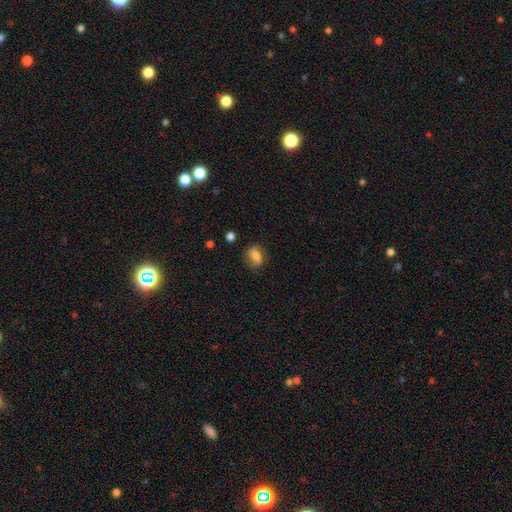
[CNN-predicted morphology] Smooth or featured: smooth — 76% (featured or disk — 15%)
How rounded: in between — 64% (round — 34%)
Merging: none — 71% (minor disturbance — 20%)